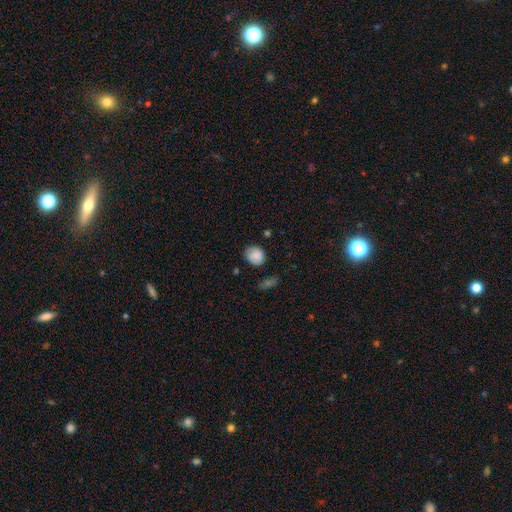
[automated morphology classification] smooth_or_featured: smooth (p=0.84) [alt: star or artifact p=0.08]
how_rounded: round (p=0.70) [alt: in between p=0.29]
merging: none (p=0.74) [alt: minor disturbance p=0.20]